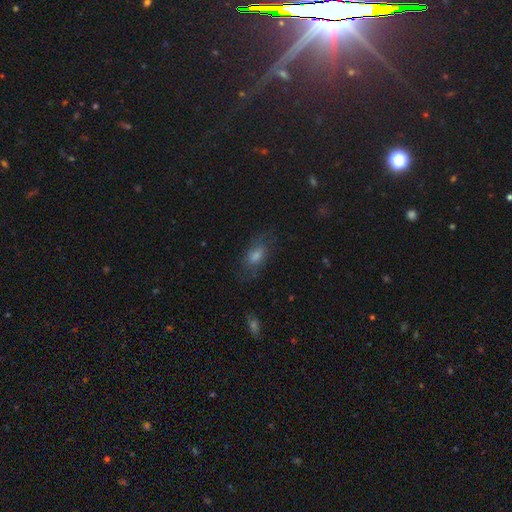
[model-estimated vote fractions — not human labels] smooth_or_featured: smooth (p=0.48) [alt: featured or disk p=0.30]
merging: none (p=0.72) [alt: minor disturbance p=0.17]